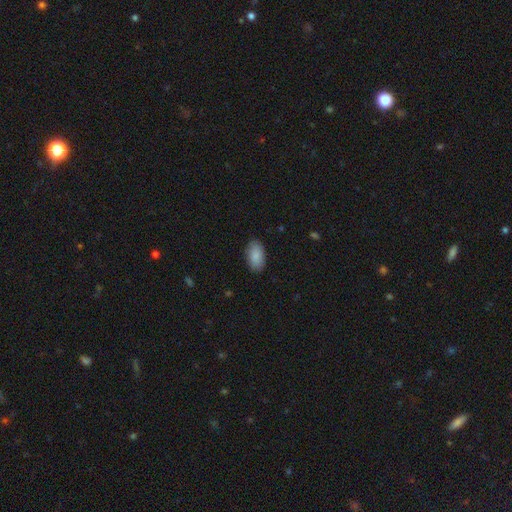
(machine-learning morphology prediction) Smooth or featured? Predicted: smooth (p=0.88). How rounded? Predicted: in between (p=0.94). Merging? Predicted: none (p=0.86).